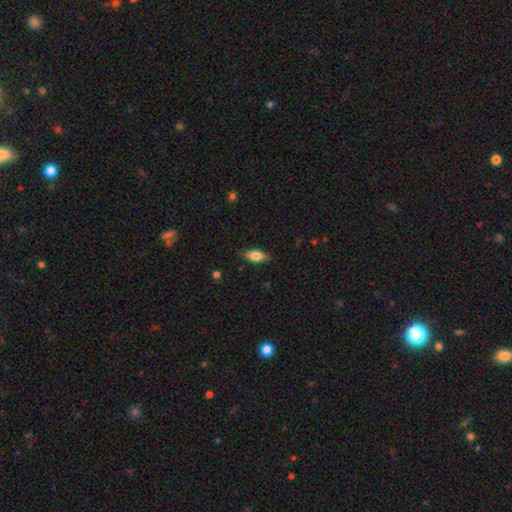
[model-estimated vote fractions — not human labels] Smooth or featured: smooth — 66% (featured or disk — 26%)
How rounded: in between — 78% (cigar-shaped — 17%)
Merging: none — 82% (minor disturbance — 14%)